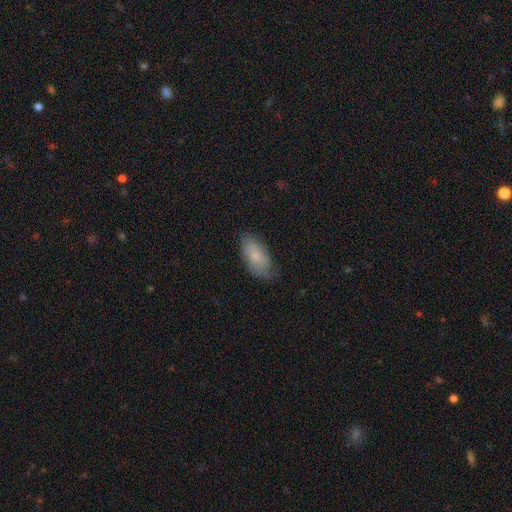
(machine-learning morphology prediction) The model was most divided on "smooth or featured": smooth: 61%, featured or disk: 32%, star or artifact: 7%. More confident: how rounded — in between (92%); merging — none (65%).